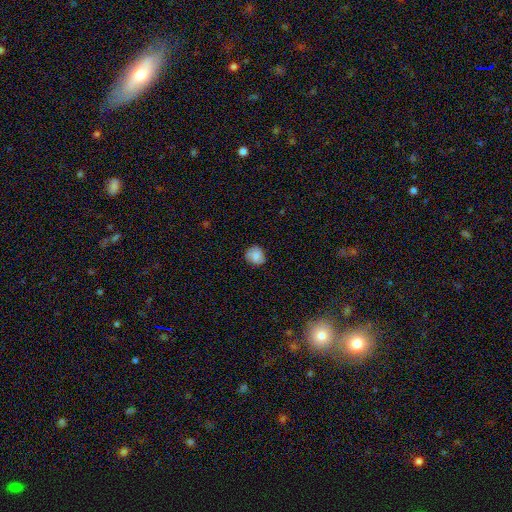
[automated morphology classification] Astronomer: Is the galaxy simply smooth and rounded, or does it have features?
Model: smooth — 78%.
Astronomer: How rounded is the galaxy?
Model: round — 79%.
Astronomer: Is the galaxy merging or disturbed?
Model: none — 78%.